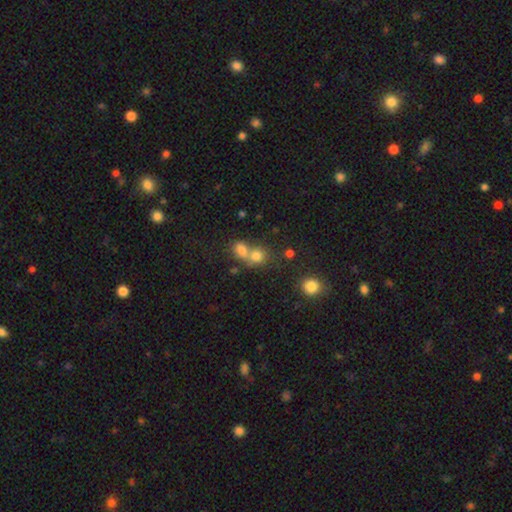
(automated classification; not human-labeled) Morphology: type=smooth (74%); roundness=round (70%); merging=merger (56%).